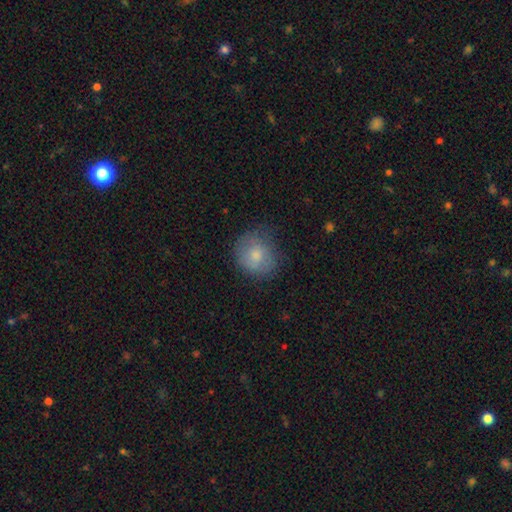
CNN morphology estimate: smooth_or_featured: smooth (p=0.75) [alt: featured or disk p=0.17]
how_rounded: round (p=0.80) [alt: in between p=0.19]
merging: none (p=0.65) [alt: minor disturbance p=0.24]